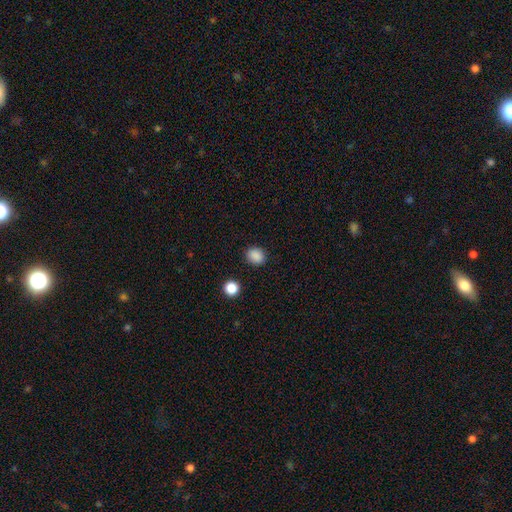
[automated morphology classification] Smooth or featured?
  - smooth: 87% *
  - star or artifact: 10%
  - featured or disk: 3%
How rounded?
  - round: 59% *
  - in between: 40%
  - cigar-shaped: 1%
Merging?
  - none: 88% *
  - minor disturbance: 8%
  - major disturbance: 3%
  - merger: 2%